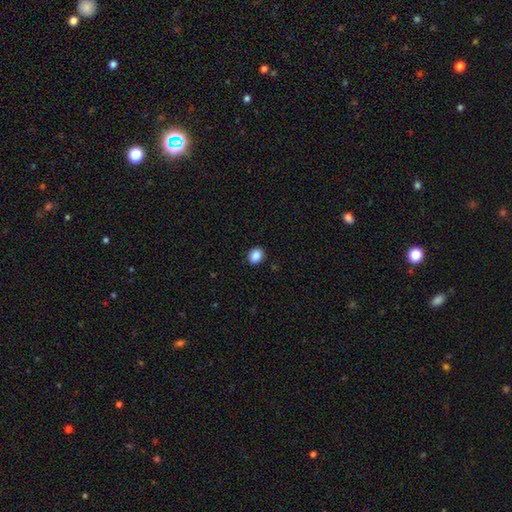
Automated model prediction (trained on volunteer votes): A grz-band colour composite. It shows a smooth galaxy with no disk features (88%) that is in between round and cigar-shaped (51%). Merging: none (91%).